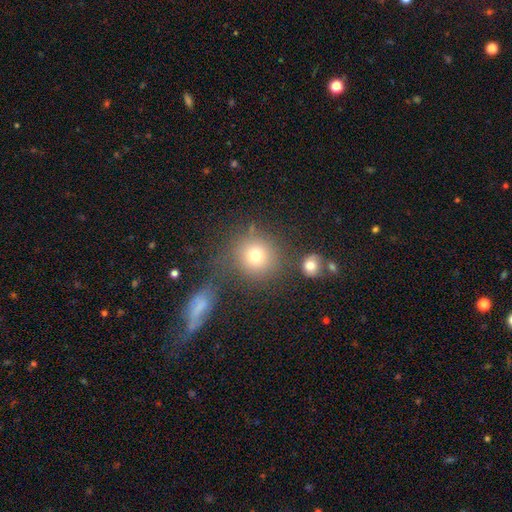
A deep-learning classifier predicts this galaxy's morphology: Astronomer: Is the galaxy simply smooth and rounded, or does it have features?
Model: smooth — 75%.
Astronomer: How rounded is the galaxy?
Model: round — 89%.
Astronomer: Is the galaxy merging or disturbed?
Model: none — 71%.